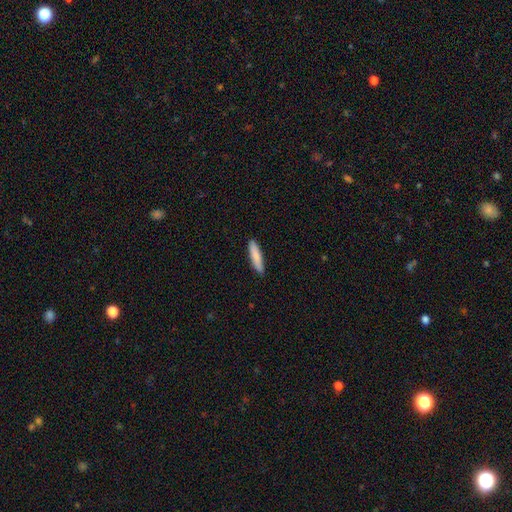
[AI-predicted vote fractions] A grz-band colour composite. It shows a smooth galaxy with no disk features (85%) that is cigar-shaped (85%). Merging: none (90%).